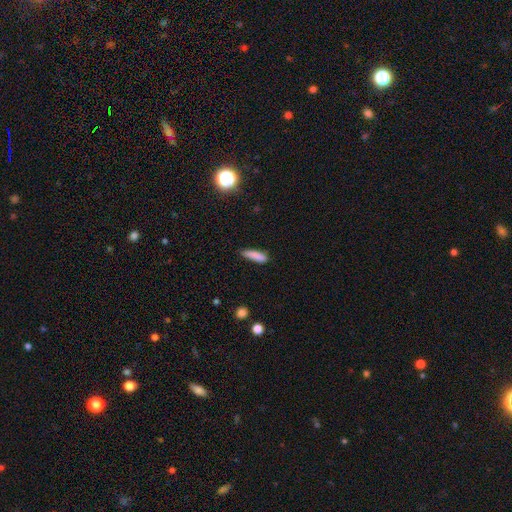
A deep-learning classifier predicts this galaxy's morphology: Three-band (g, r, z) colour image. It shows a smooth galaxy with no disk features (85%) that is cigar-shaped (72%). Merging: none (73%).